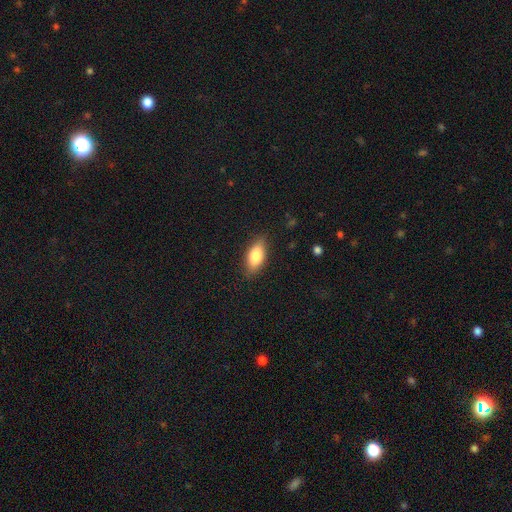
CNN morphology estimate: Smooth or featured: smooth — 80% (featured or disk — 13%)
How rounded: in between — 84% (cigar-shaped — 13%)
Merging: none — 83% (minor disturbance — 13%)